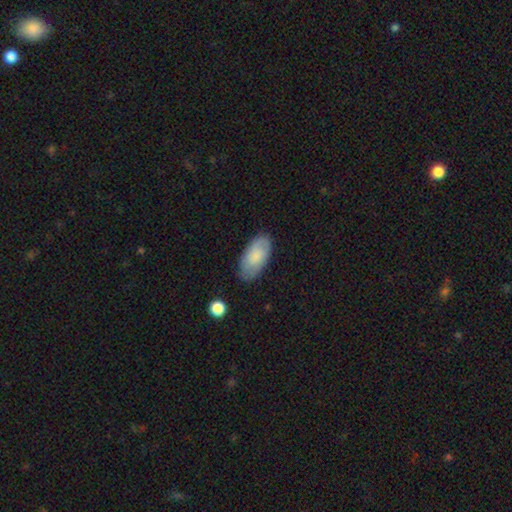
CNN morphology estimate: smooth-or-featured: smooth: 70% | featured or disk: 23% | star or artifact: 6%
  how-rounded: in between: 94% | cigar-shaped: 3% | round: 3%
  merging: none: 77% | minor disturbance: 18% | major disturbance: 4% | merger: 1%